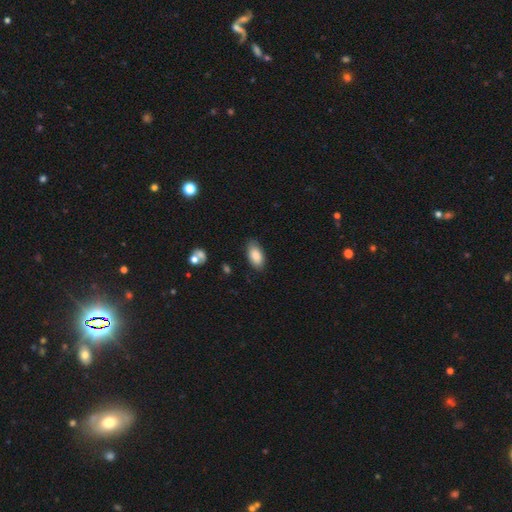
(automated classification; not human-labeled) smooth_or_featured: smooth (p=0.86) [alt: star or artifact p=0.07]
how_rounded: in between (p=0.93) [alt: cigar-shaped p=0.04]
merging: none (p=0.81) [alt: minor disturbance p=0.15]